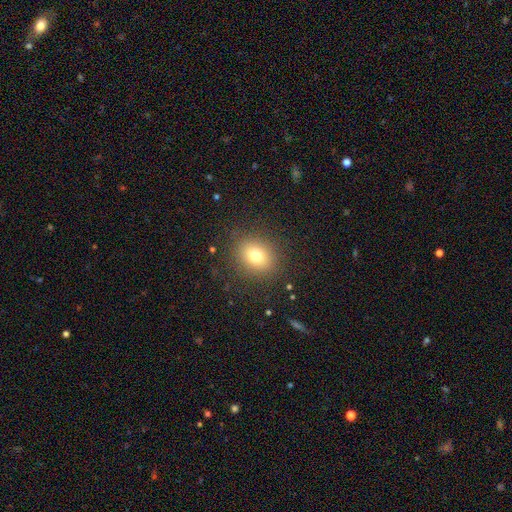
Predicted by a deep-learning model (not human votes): Smooth or featured? smooth (76%)
How rounded? round (60%)
Merging? none (87%)